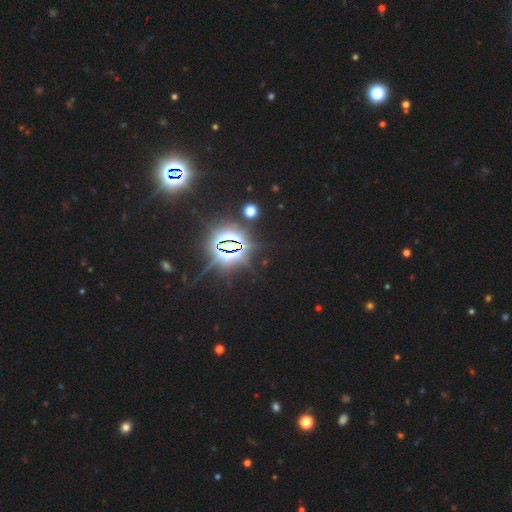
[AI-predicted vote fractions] Overall: star or artifact (86%).